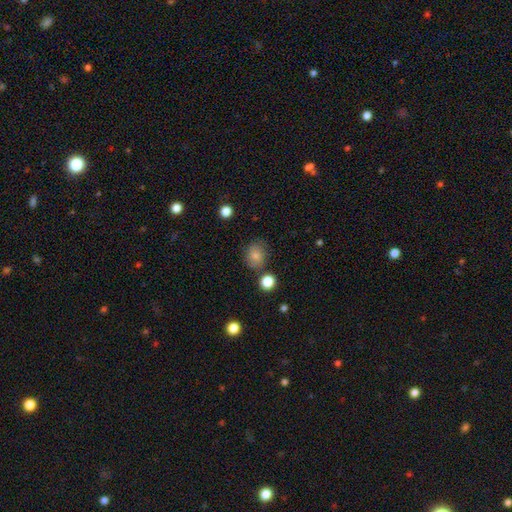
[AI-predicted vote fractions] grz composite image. It shows a smooth galaxy with no disk features (77%) that is round (64%). Merging: none (74%).